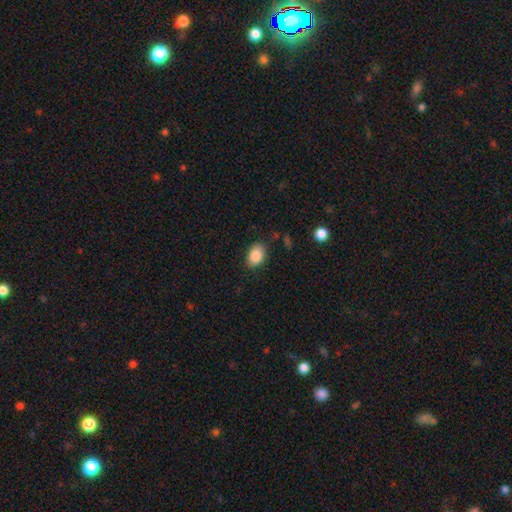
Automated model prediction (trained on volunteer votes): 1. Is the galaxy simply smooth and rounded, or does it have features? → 88% smooth, 8% star or artifact, 4% featured or disk.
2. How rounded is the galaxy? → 80% in between, 19% round, 1% cigar-shaped.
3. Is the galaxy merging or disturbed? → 82% none, 13% minor disturbance, 3% major disturbance, 2% merger.